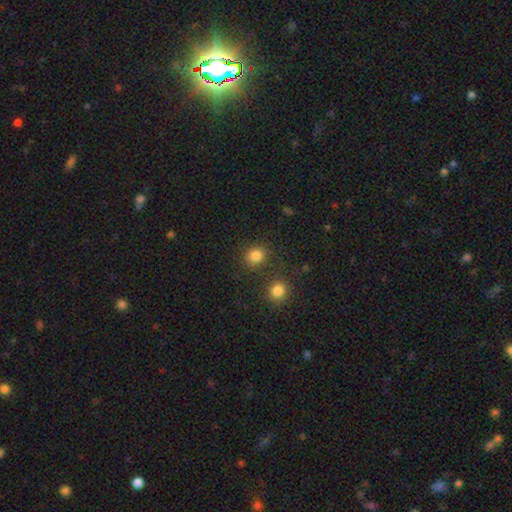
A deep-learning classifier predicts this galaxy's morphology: Q: Smooth or featured?
A: smooth (82%); runner-up: star or artifact (13%)
Q: How rounded?
A: round (82%); runner-up: in between (17%)
Q: Merging?
A: none (78%); runner-up: minor disturbance (9%)